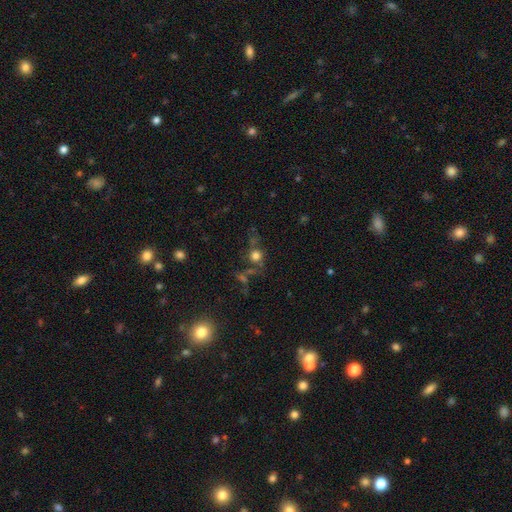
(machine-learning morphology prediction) Smooth or featured: smooth — 60% (star or artifact — 25%)
How rounded: round — 87% (in between — 11%)
Merging: none — 60% (merger — 15%)